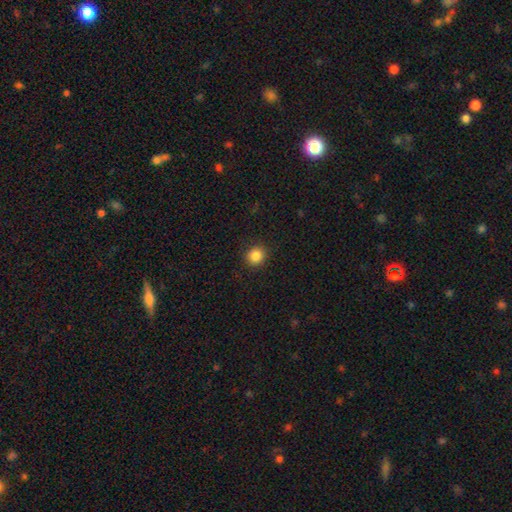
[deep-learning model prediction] The model was most divided on "how rounded": round: 86%, in between: 13%, cigar-shaped: 1%. More confident: merging — none (90%); smooth or featured — smooth (86%).